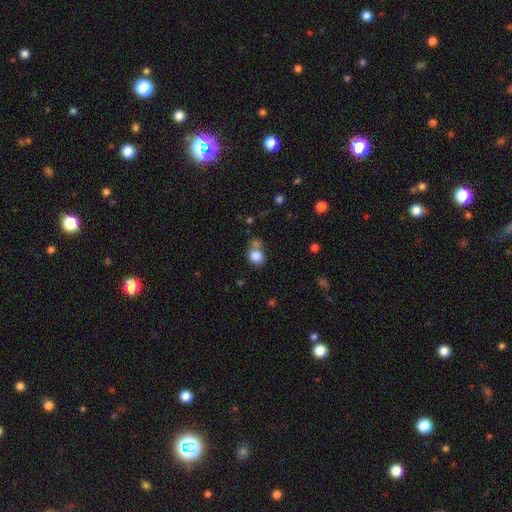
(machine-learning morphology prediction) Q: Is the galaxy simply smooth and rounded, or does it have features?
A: smooth — 84%.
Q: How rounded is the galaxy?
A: round — 64%.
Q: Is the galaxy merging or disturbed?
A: none — 48%.